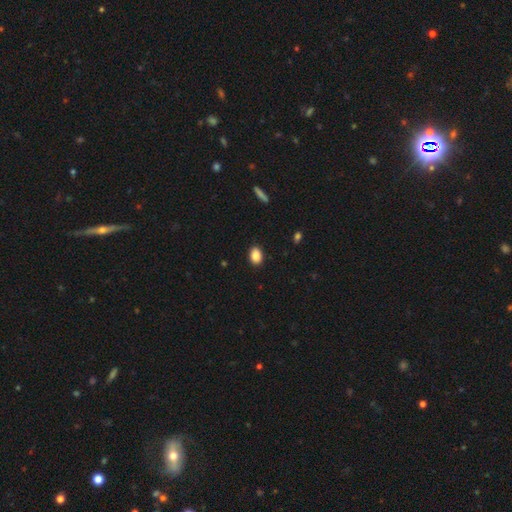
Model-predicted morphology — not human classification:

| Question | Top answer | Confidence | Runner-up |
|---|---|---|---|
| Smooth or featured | smooth | 88% | star or artifact (8%) |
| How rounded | in between | 76% | round (22%) |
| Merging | none | 89% | minor disturbance (8%) |